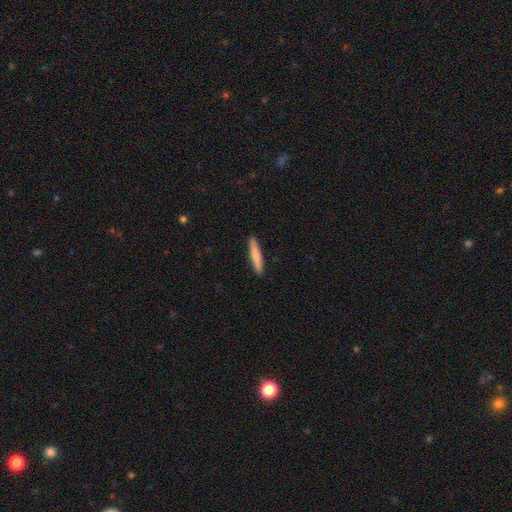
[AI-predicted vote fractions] The model was most divided on "smooth or featured": smooth: 77%, featured or disk: 19%, star or artifact: 5%. More confident: how rounded — cigar-shaped (93%); merging — none (92%).